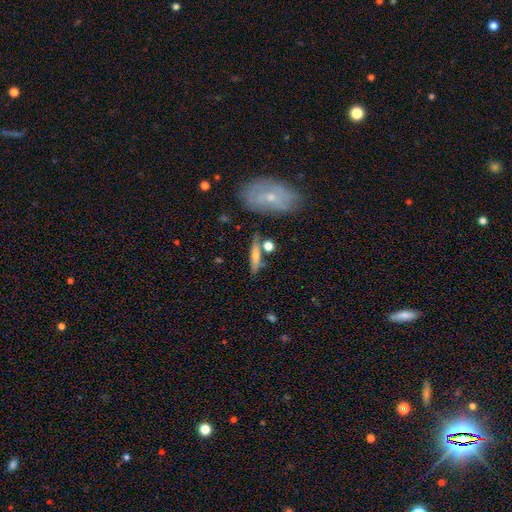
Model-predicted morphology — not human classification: Smooth or featured? Predicted: smooth (p=0.62). How rounded? Predicted: cigar-shaped (p=0.72). Merging? Predicted: none (p=0.65).